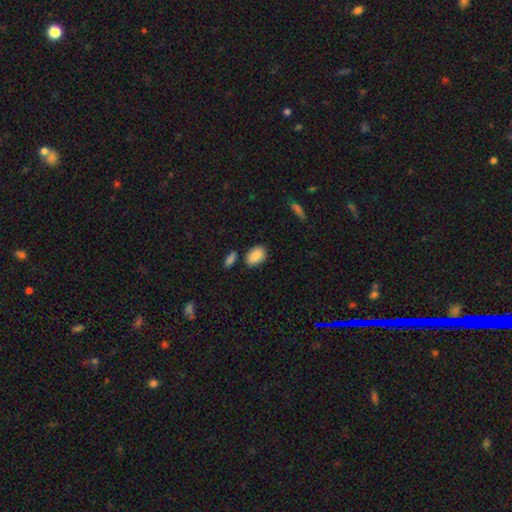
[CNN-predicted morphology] Smooth or featured: smooth — 89% (star or artifact — 7%)
How rounded: in between — 88% (round — 11%)
Merging: none — 76% (minor disturbance — 14%)